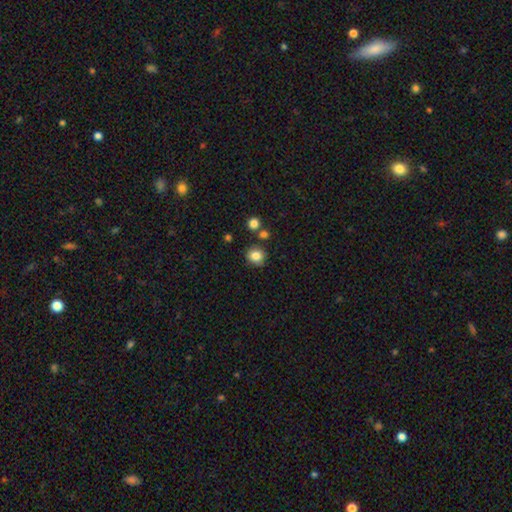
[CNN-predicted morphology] The model was most divided on "how rounded": round: 84%, in between: 16%, cigar-shaped: 1%. More confident: smooth or featured — smooth (83%); merging — none (81%).